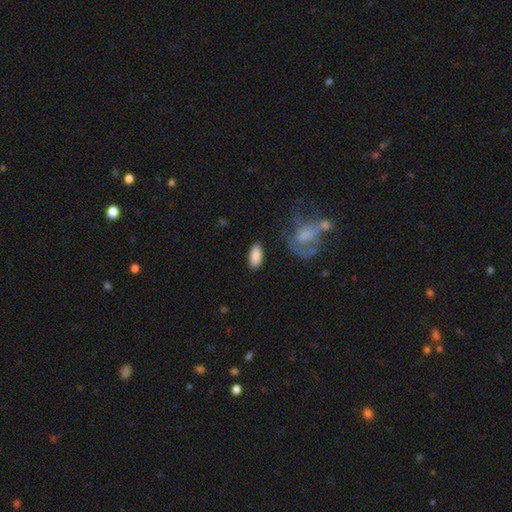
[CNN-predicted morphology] smooth_or_featured: smooth (p=0.87) [alt: featured or disk p=0.07]
how_rounded: in between (p=0.88) [alt: cigar-shaped p=0.10]
merging: none (p=0.85) [alt: minor disturbance p=0.10]